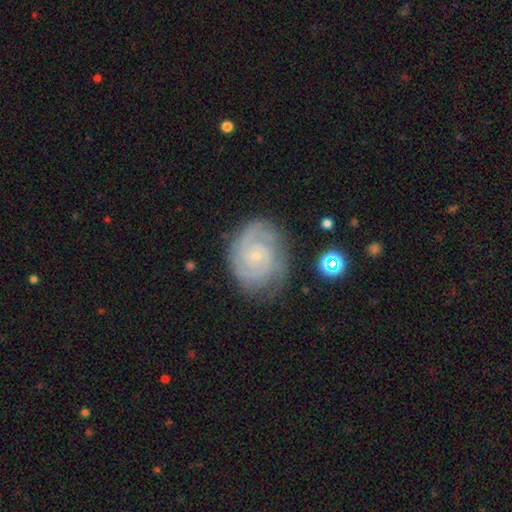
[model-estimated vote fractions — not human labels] This appears to be a featured or disk galaxy (85%) with no bar (72%), 2 (30%) tight (72%) spiral arms (97%) and a small central bulge (85%). Merging: none (76%).